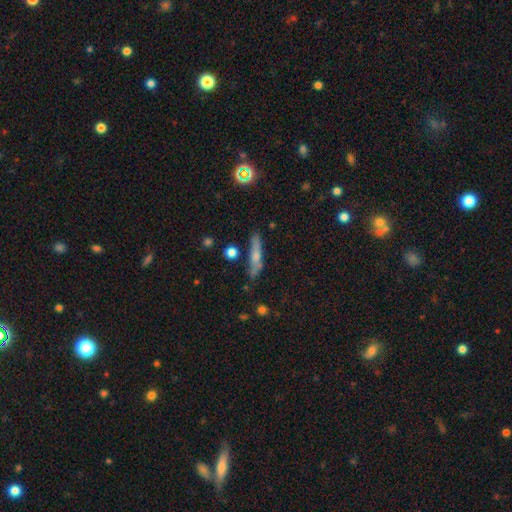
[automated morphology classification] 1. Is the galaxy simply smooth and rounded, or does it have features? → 58% smooth, 32% featured or disk, 9% star or artifact.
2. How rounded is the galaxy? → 86% cigar-shaped, 11% in between, 3% round.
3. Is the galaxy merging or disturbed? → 74% none, 16% minor disturbance, 5% merger, 4% major disturbance.